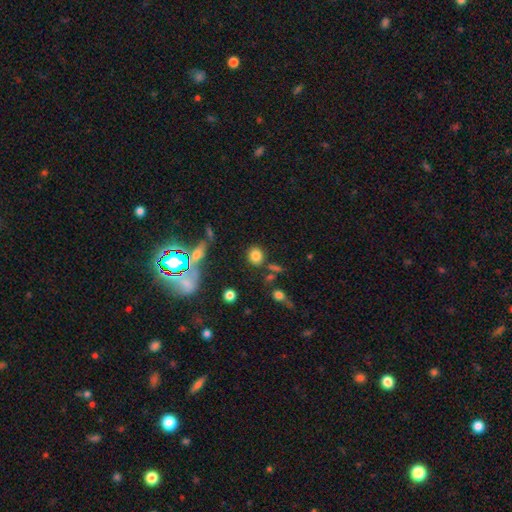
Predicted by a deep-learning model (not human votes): smooth_or_featured: smooth (p=0.78) [alt: star or artifact p=0.14]
how_rounded: round (p=0.68) [alt: in between p=0.30]
merging: none (p=0.80) [alt: minor disturbance p=0.10]